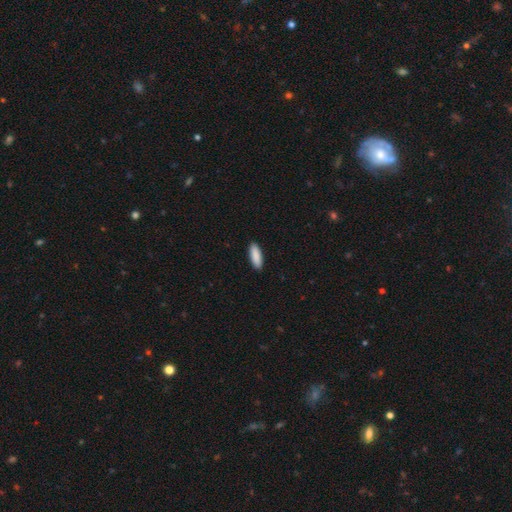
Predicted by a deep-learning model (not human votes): A smooth galaxy with no disk features (90%) that is in between round and cigar-shaped (57%).

Vote fractions:
- Smooth or featured? smooth: 90% / star or artifact: 5% / featured or disk: 4%
- How rounded? in between: 57% / cigar-shaped: 41% / round: 2%
- Merging? none: 91% / minor disturbance: 7% / major disturbance: 1% / merger: 1%